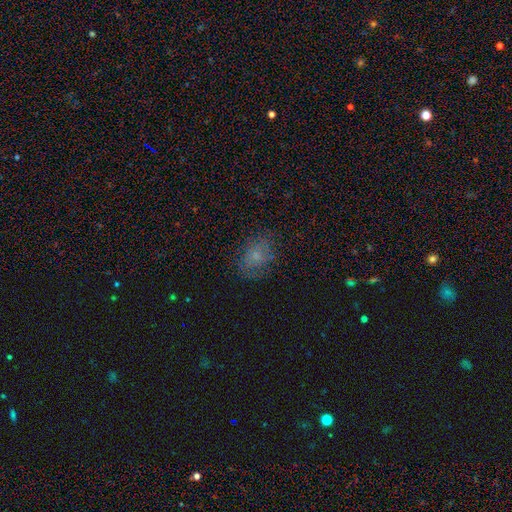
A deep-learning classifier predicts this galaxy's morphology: Smooth or featured? Predicted: smooth (p=0.60). How rounded? Predicted: in between (p=0.65). Merging? Predicted: none (p=0.72).